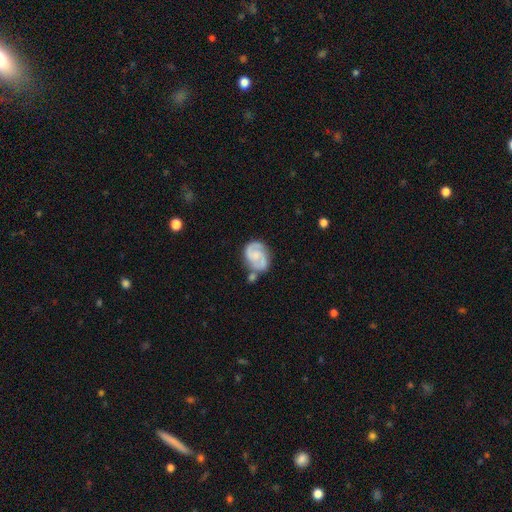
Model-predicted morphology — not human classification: Smooth or featured?
  - featured or disk: 78% *
  - smooth: 16%
  - star or artifact: 6%
Edge-on disk?
  - no: 98% *
  - yes: 2%
Bar?
  - no: 56% *
  - weak: 37%
  - strong: 7%
Spiral arms?
  - yes: 95% *
  - no: 5%
Spiral winding?
  - medium: 49% *
  - tight: 36%
  - loose: 15%
Spiral arm count?
  - 2: 87% *
  - can't tell: 5%
  - 3: 3%
  - 1: 2%
  - 4: 1%
  - more than 4: 1%
Bulge size?
  - small: 43% *
  - moderate: 26%
  - none: 26%
  - large: 3%
  - dominant: 1%
Merging?
  - none: 57% *
  - minor disturbance: 19%
  - merger: 17%
  - major disturbance: 7%